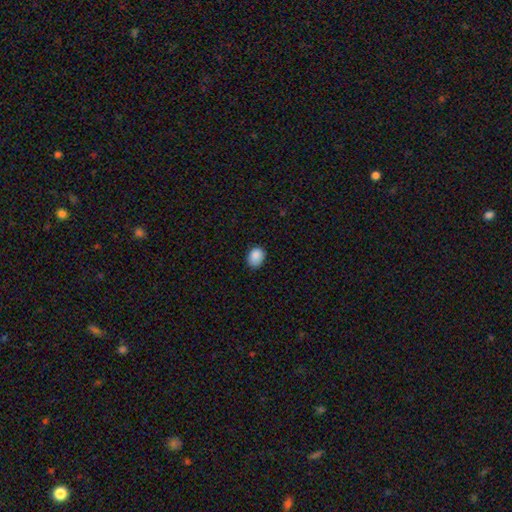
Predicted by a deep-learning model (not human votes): Q: Smooth or featured?
A: smooth (88%); runner-up: star or artifact (8%)
Q: How rounded?
A: in between (64%); runner-up: round (36%)
Q: Merging?
A: none (77%); runner-up: minor disturbance (19%)